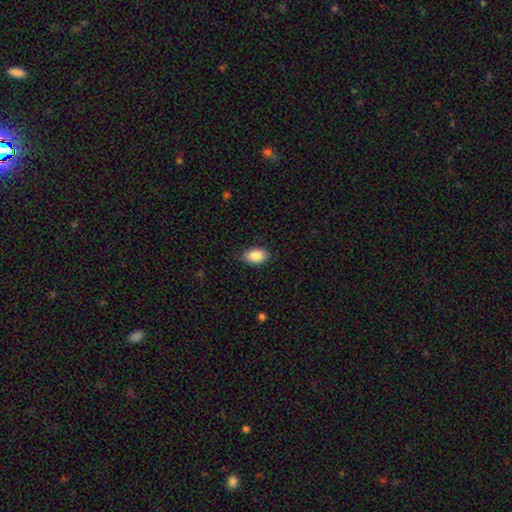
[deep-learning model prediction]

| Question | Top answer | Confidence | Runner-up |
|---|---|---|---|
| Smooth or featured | smooth | 88% | star or artifact (7%) |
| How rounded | in between | 91% | round (8%) |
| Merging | none | 84% | minor disturbance (13%) |